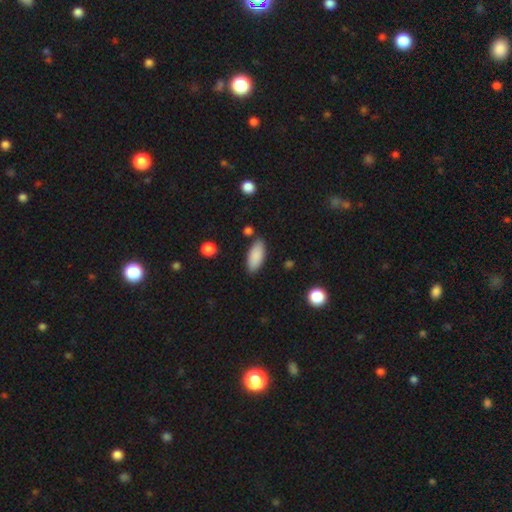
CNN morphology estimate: A smooth galaxy with no disk features (88%) that is in between round and cigar-shaped (84%).

Vote fractions:
- Smooth or featured? smooth: 88% / star or artifact: 7% / featured or disk: 6%
- How rounded? in between: 84% / cigar-shaped: 14% / round: 2%
- Merging? none: 82% / minor disturbance: 12% / merger: 4% / major disturbance: 3%